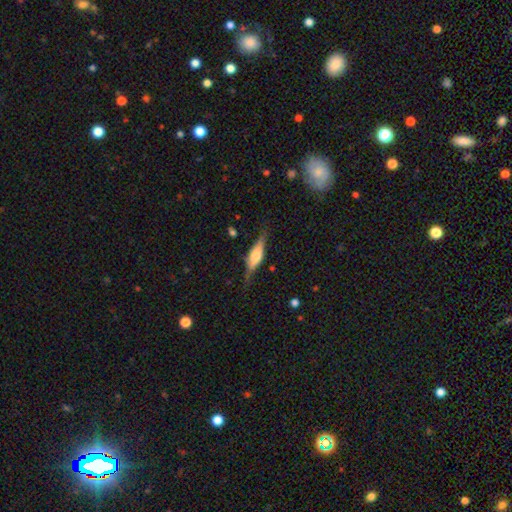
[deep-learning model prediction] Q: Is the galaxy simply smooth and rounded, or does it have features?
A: featured or disk — 56%.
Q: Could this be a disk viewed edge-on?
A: yes — 91%.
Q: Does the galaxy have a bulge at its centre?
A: rounded — 75%.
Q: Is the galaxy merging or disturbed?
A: none — 73%.